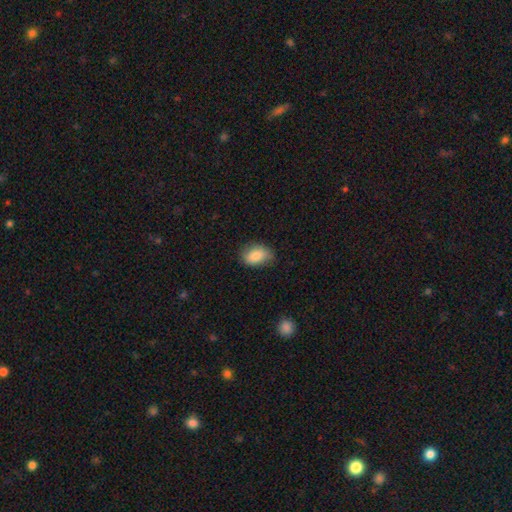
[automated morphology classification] smooth-or-featured: smooth: 84% | featured or disk: 9% | star or artifact: 7%
  how-rounded: in between: 84% | round: 15% | cigar-shaped: 2%
  merging: none: 72% | minor disturbance: 22% | major disturbance: 4% | merger: 1%